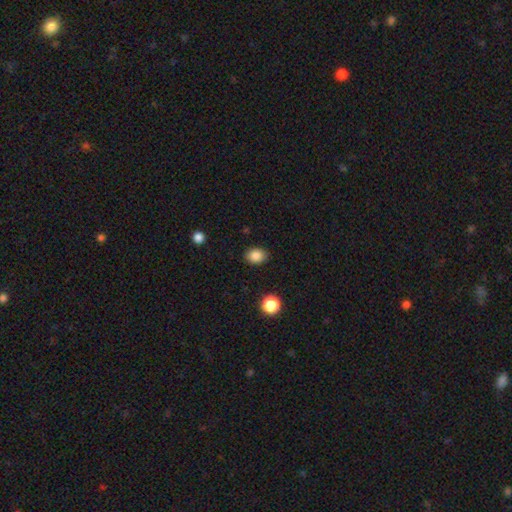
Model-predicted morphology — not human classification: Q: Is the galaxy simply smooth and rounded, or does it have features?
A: smooth — 86%.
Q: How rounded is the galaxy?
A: in between — 56%.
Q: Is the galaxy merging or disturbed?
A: none — 86%.